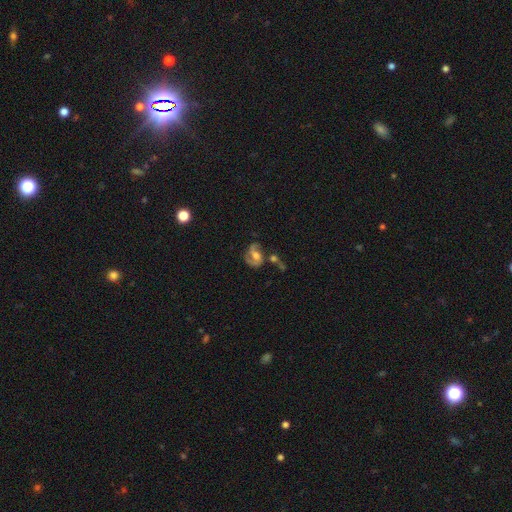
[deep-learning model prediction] Smooth or featured? Predicted: featured or disk (p=0.79). Edge-on disk? Predicted: no (p=0.98). Bar? Predicted: no (p=0.47). Spiral arms? Predicted: yes (p=0.92). Spiral winding? Predicted: medium (p=0.53). Spiral arm count? Predicted: 2 (p=0.82). Bulge size? Predicted: moderate (p=0.61). Merging? Predicted: none (p=0.46).